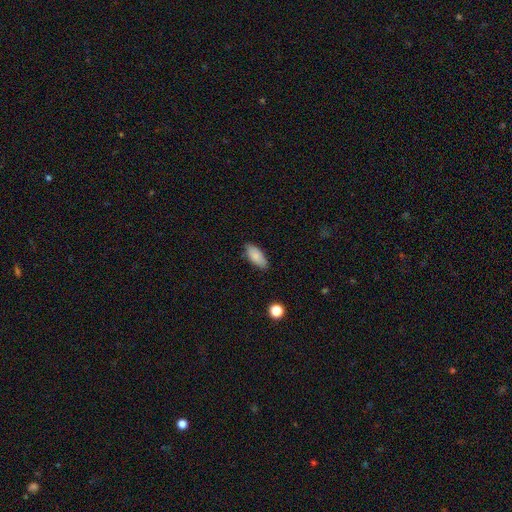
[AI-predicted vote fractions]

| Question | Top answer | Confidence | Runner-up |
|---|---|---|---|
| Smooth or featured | smooth | 85% | featured or disk (9%) |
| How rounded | in between | 86% | cigar-shaped (12%) |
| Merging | none | 82% | minor disturbance (14%) |